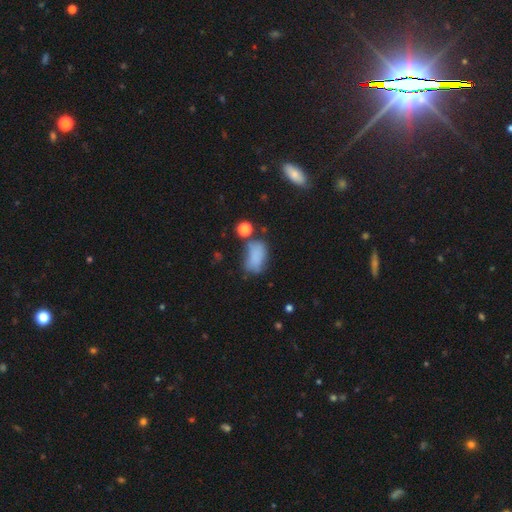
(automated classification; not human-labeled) Q: Smooth or featured?
A: smooth (77%); runner-up: star or artifact (12%)
Q: How rounded?
A: in between (87%); runner-up: round (11%)
Q: Merging?
A: none (45%); runner-up: minor disturbance (27%)